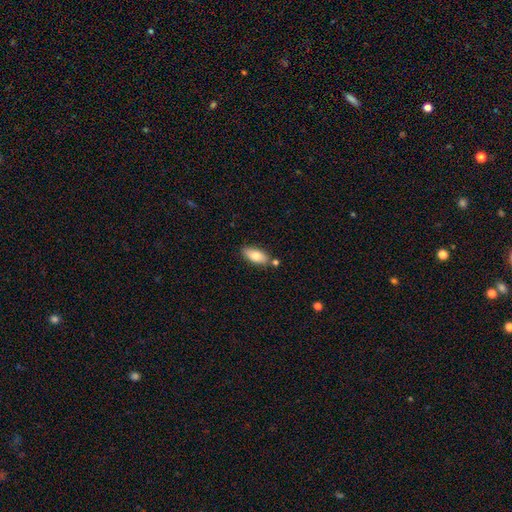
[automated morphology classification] This appears to be a smooth galaxy with no disk features (79%) that is in between round and cigar-shaped (86%). Merging: none (76%).